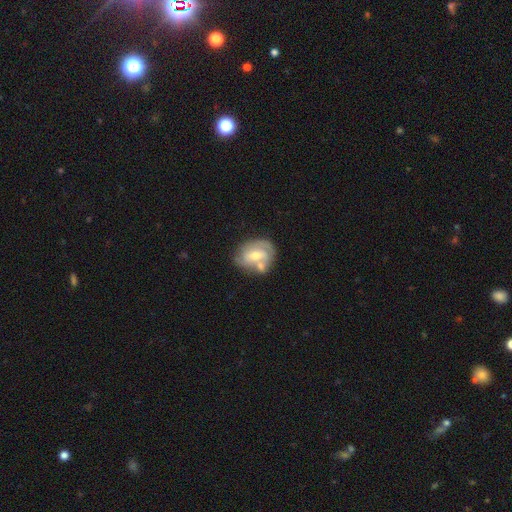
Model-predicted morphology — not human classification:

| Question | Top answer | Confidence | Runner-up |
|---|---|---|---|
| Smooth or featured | featured or disk | 64% | smooth (30%) |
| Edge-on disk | no | 96% | yes (4%) |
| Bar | no | 45% | weak (41%) |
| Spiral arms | yes | 71% | no (29%) |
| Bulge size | moderate | 62% | small (33%) |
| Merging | none | 43% | merger (32%) |